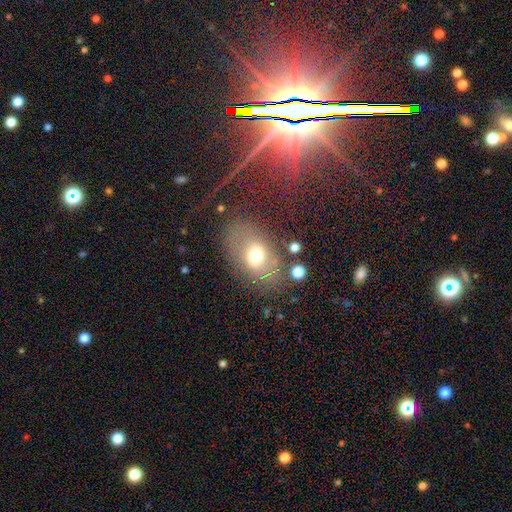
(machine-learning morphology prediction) smooth 61%, featured or disk 25%, star or artifact 13%. Down the decision tree: how rounded — in between (76%); merging — none (65%).